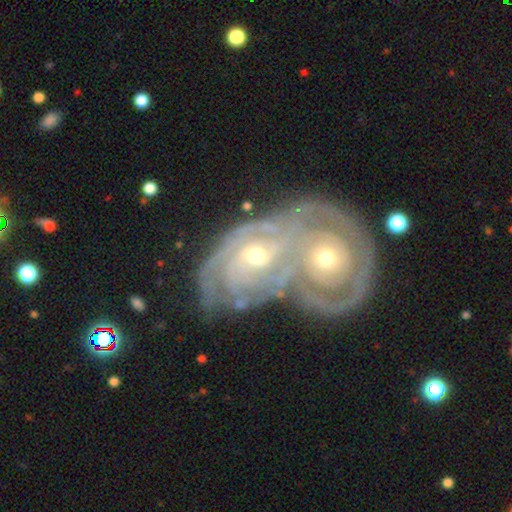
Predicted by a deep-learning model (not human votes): This is clearly a featured or disk galaxy (88%). It is clearly not viewed edge-on (96%). Bar: likely no (70%). Spiral arm pattern: clearly yes (95%). Spiral arm count: marginally can't tell (31%). Spiral winding: likely tight (77%). Central bulge: possibly small (53%). Merging: likely merger (72%).